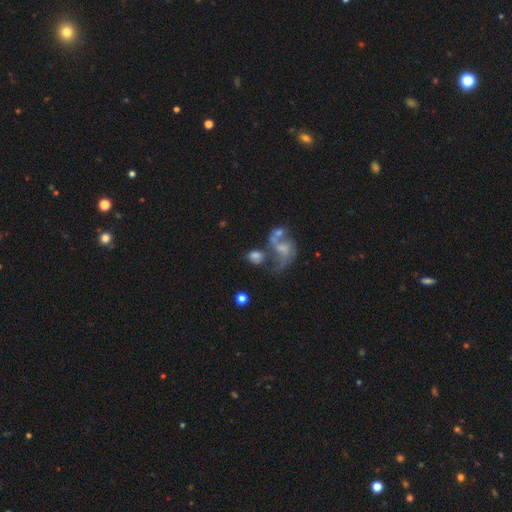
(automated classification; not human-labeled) Overall: smooth (54%; featured or disk 33%). How rounded: in between (70%). Merging: merger (36%; none 29%).